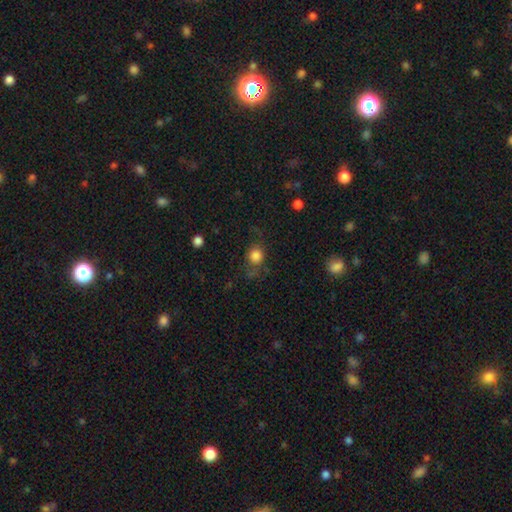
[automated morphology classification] This is likely a smooth galaxy (79%). How rounded: likely round (76%). Merging: likely none (64%).